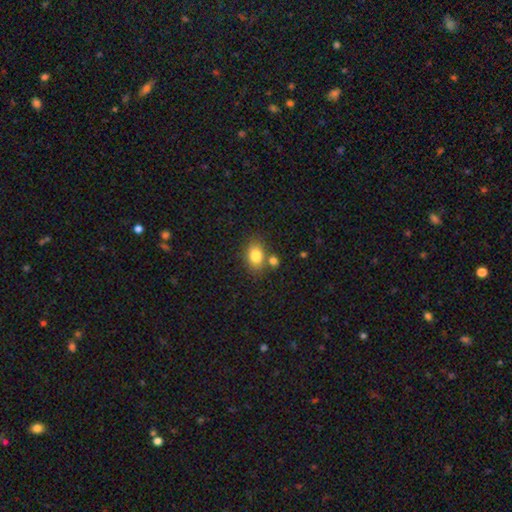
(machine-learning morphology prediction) A smooth galaxy with no disk features (82%) that is in between round and cigar-shaped (71%). Merging: none (65%).